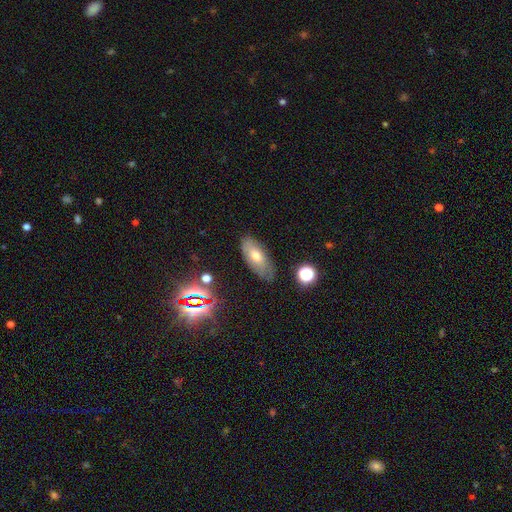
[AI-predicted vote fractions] smooth 51%, featured or disk 34%, star or artifact 15%. Down the decision tree: how rounded — in between (85%); merging — none (77%).